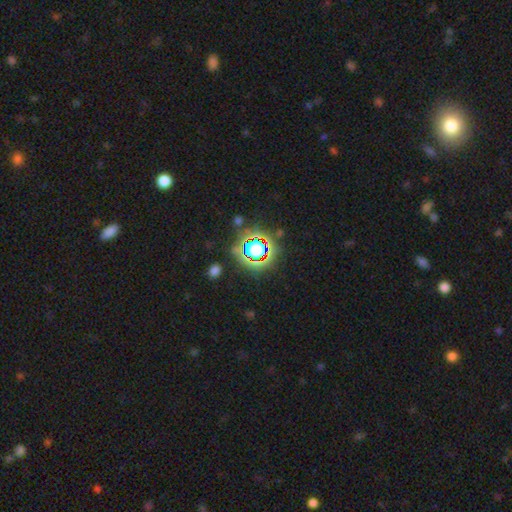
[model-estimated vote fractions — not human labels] A star or artifact, not a galaxy (75%).